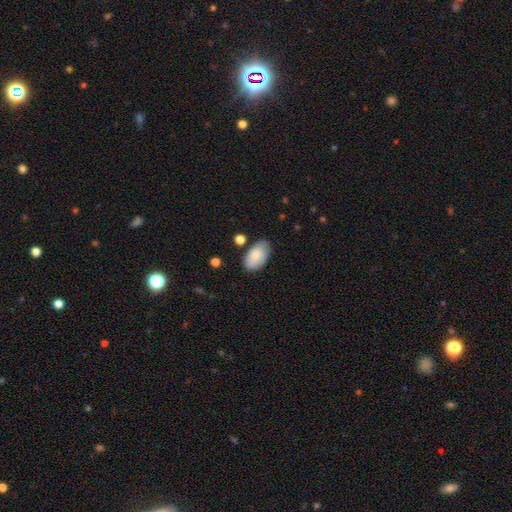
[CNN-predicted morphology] Overall: smooth (85%). How rounded: in between (95%). Merging: none (77%).